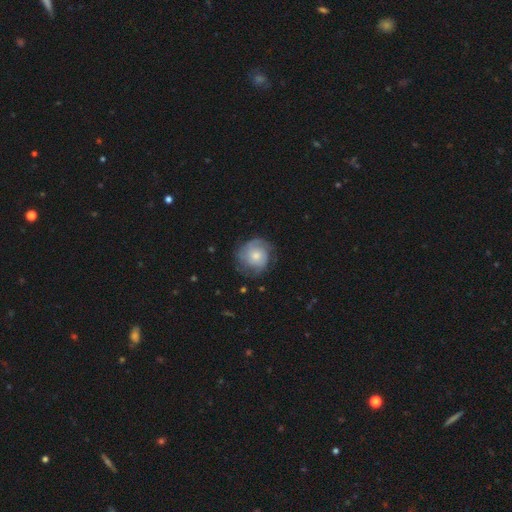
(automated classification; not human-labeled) Morphology: type=featured or disk (52%); edge-on=no (97%); bar=no (81%); spiral arms=yes (81%); bulge=moderate (54%); merging=none (66%).